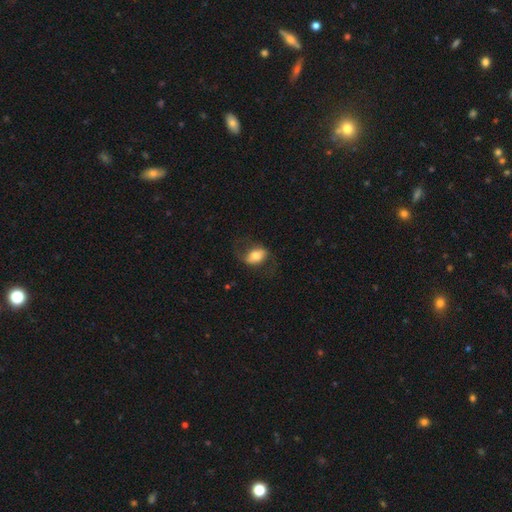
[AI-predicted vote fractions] This is possibly a smooth galaxy (58%). How rounded: clearly in between (82%). Merging: likely none (64%).